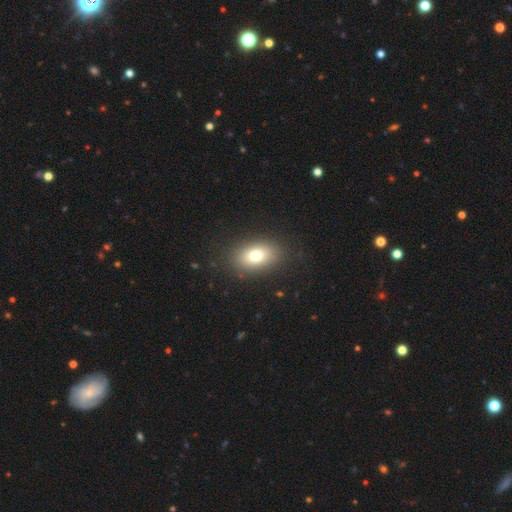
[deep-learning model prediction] smooth_or_featured: smooth (p=0.76) [alt: featured or disk p=0.14]
how_rounded: in between (p=0.83) [alt: round p=0.16]
merging: none (p=0.86) [alt: minor disturbance p=0.09]